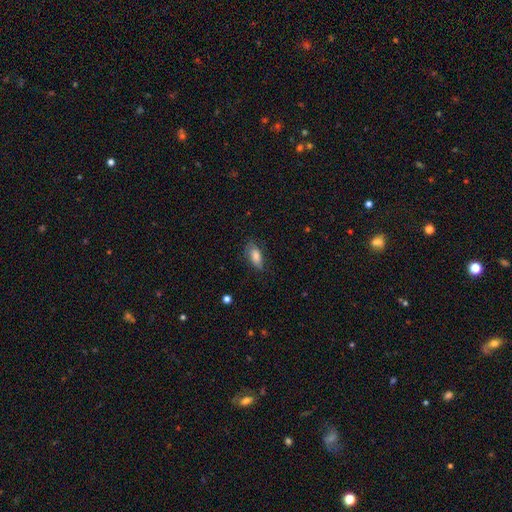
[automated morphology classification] A smooth galaxy with no disk features (73%) that is in between round and cigar-shaped (82%). Merging: none (67%).